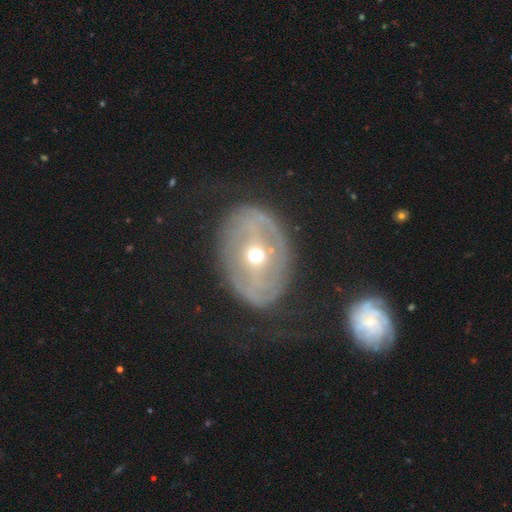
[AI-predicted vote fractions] A featured or disk galaxy (76%) with no bar (43%), spiral arms (63%) and a moderate central bulge (66%). Merging: none (77%).